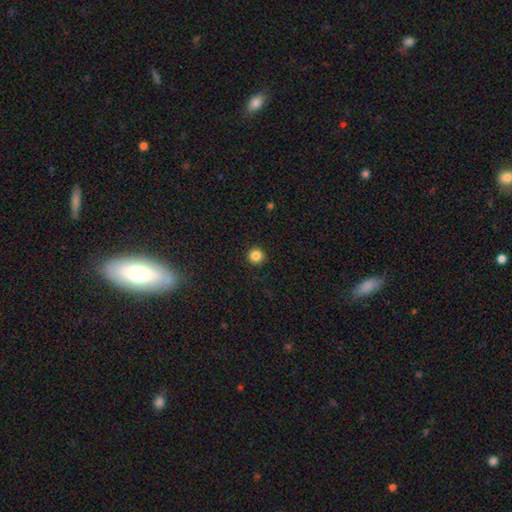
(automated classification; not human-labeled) Smooth or featured? Predicted: smooth (p=0.84). How rounded? Predicted: round (p=0.95). Merging? Predicted: none (p=0.93).